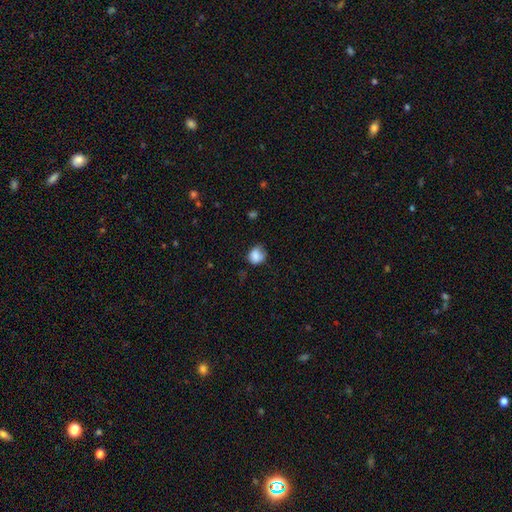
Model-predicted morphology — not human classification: Smooth or featured?
  - smooth: 82% *
  - star or artifact: 9%
  - featured or disk: 9%
How rounded?
  - round: 63% *
  - in between: 36%
  - cigar-shaped: 1%
Merging?
  - none: 51% *
  - minor disturbance: 35%
  - major disturbance: 11%
  - merger: 3%